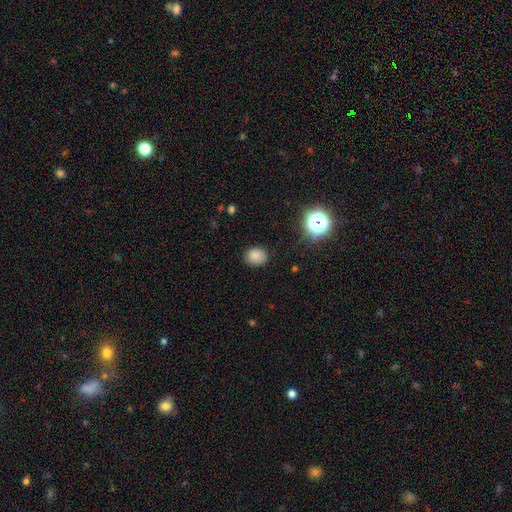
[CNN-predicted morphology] Smooth or featured? Predicted: smooth (p=0.81). How rounded? Predicted: round (p=0.57). Merging? Predicted: none (p=0.83).